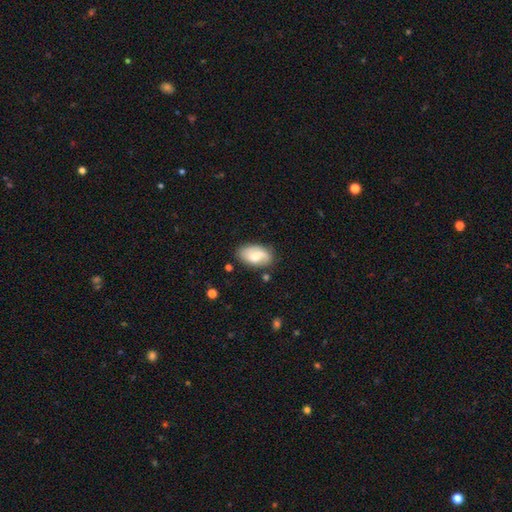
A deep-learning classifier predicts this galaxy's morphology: smooth-or-featured: smooth: 52% | featured or disk: 41% | star or artifact: 7%
  how-rounded: in between: 92% | round: 6% | cigar-shaped: 2%
  merging: none: 68% | minor disturbance: 22% | major disturbance: 7% | merger: 3%